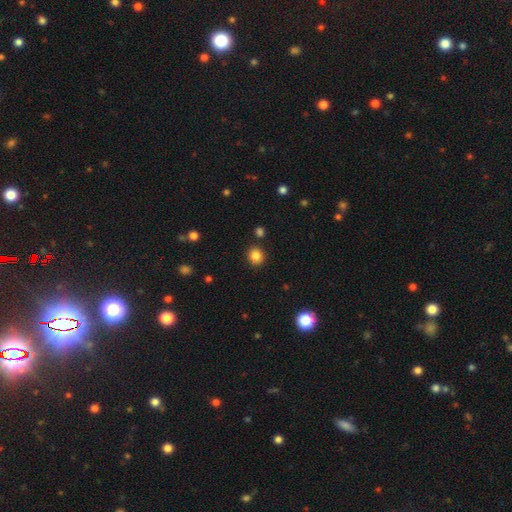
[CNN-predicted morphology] A smooth galaxy with no disk features (84%) that is round (83%). Merging: none (87%).